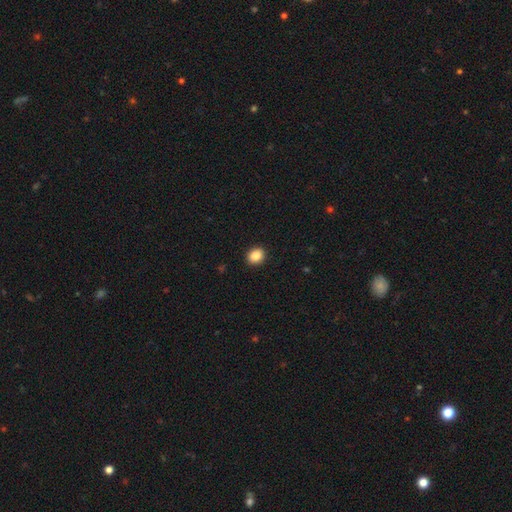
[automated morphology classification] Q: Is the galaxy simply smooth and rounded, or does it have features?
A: smooth — 88%.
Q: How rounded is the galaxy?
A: round — 63%.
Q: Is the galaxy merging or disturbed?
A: none — 92%.